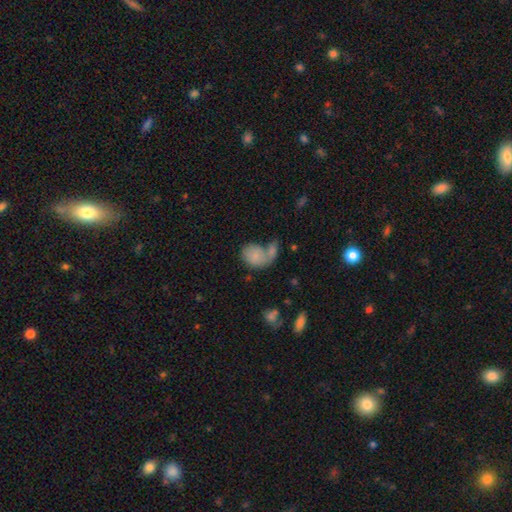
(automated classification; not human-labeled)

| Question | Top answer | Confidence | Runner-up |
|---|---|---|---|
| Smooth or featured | smooth | 78% | featured or disk (15%) |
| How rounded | in between | 60% | round (39%) |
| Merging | merger | 43% | none (31%) |